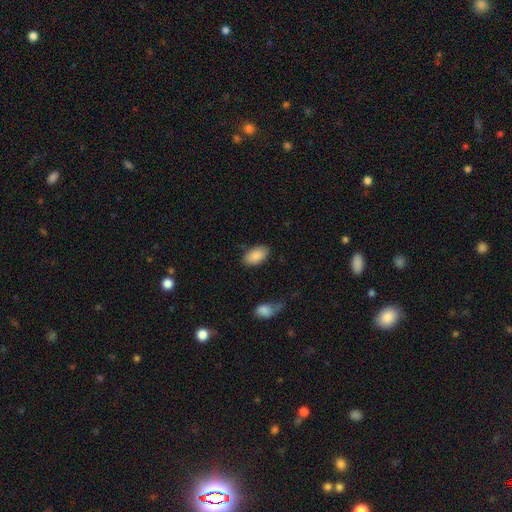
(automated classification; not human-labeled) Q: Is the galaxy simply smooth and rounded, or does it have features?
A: smooth — 88%.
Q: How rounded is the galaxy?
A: in between — 95%.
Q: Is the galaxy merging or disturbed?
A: none — 81%.